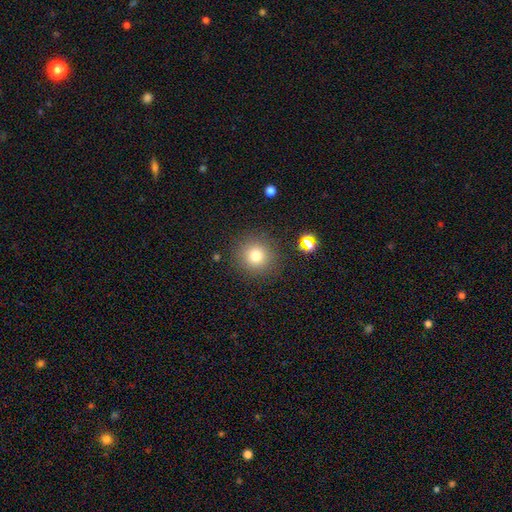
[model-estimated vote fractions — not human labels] smooth 78%, star or artifact 14%, featured or disk 8%. Down the decision tree: how rounded — round (93%); merging — none (87%).